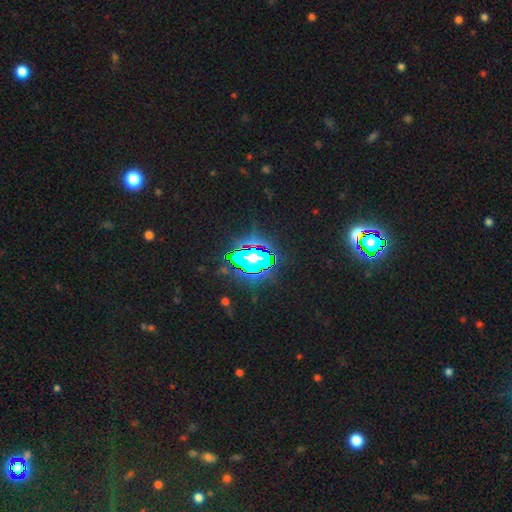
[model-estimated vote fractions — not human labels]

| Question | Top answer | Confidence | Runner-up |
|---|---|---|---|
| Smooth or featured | star or artifact | 64% | smooth (20%) |